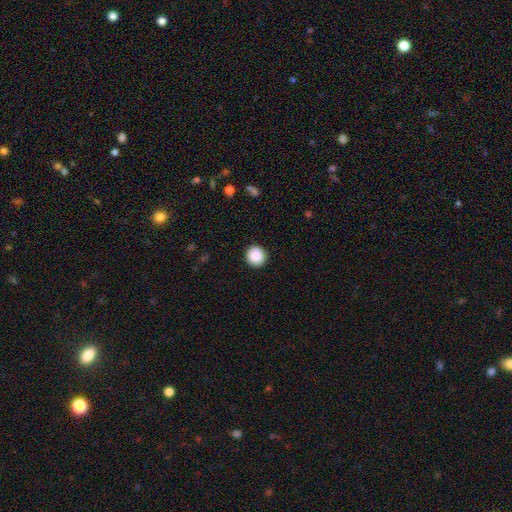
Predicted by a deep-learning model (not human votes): Morphology: type=smooth (88%); roundness=round (91%); merging=none (91%).